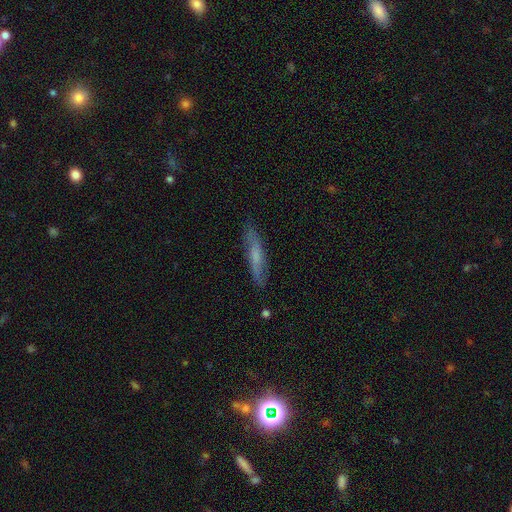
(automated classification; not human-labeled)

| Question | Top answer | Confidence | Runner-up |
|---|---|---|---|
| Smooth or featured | smooth | 50% | featured or disk (43%) |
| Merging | none | 82% | minor disturbance (14%) |